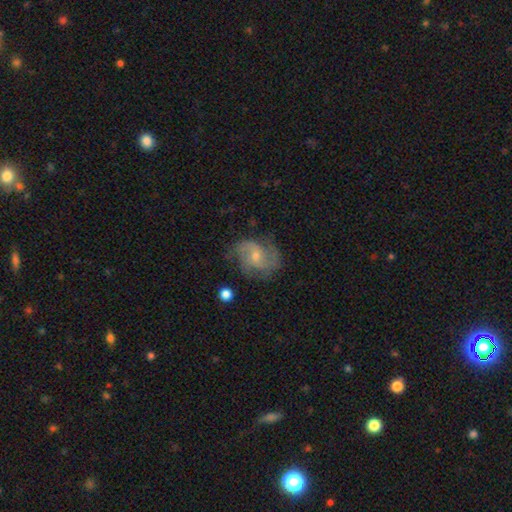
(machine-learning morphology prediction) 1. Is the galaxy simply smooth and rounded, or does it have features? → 77% featured or disk, 16% smooth, 8% star or artifact.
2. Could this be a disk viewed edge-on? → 97% no, 3% yes.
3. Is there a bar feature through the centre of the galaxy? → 61% no, 32% weak, 6% strong.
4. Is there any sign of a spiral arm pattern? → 92% yes, 8% no.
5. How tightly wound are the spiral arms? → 47% medium, 30% loose, 23% tight.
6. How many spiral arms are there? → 59% 2, 15% can't tell, 15% 3, 4% 1, 3% 4, 3% more than 4.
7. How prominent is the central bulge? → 61% small, 35% moderate, 2% none, 1% large, 1% dominant.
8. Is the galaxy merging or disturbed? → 65% none, 22% minor disturbance, 11% major disturbance, 2% merger.